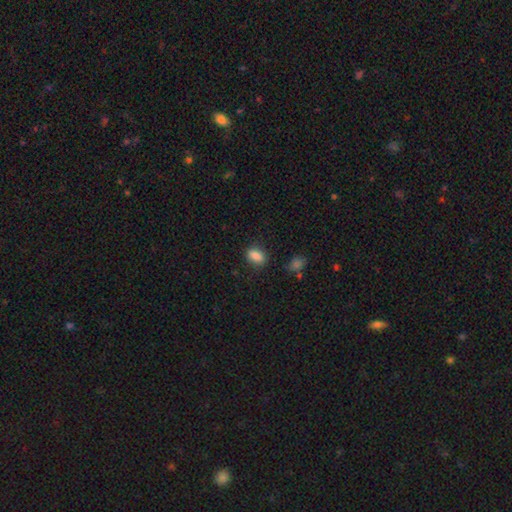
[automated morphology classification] Overall: smooth (86%). How rounded: in between (81%). Merging: none (81%).